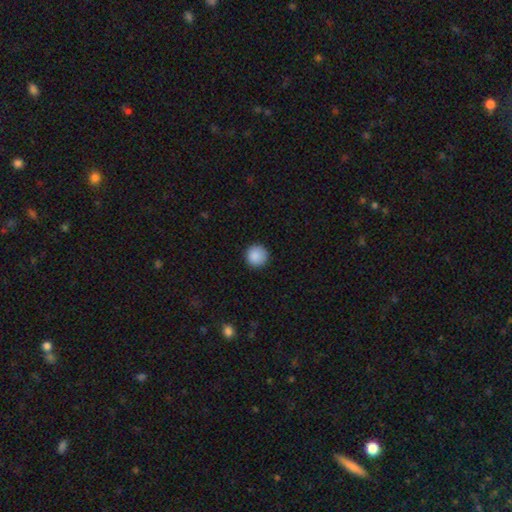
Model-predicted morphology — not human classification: This appears to be a smooth galaxy with no disk features (89%) that is round (96%). Merging: none (92%).